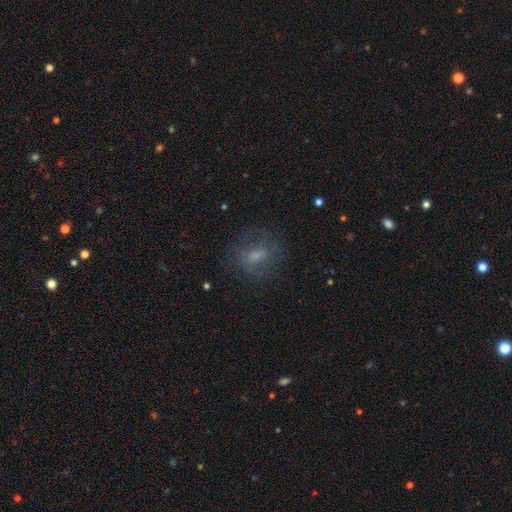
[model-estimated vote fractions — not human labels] This appears to be a smooth galaxy with no disk features (51%) that is in between round and cigar-shaped (49%). Merging: none (70%).